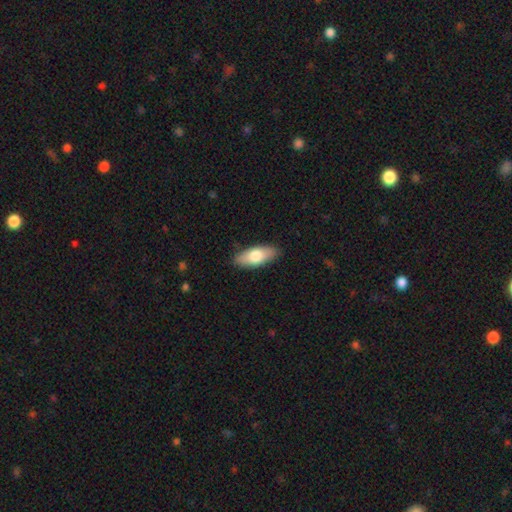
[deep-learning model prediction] Morphology: type=smooth (74%); roundness=in between (80%); merging=none (88%).